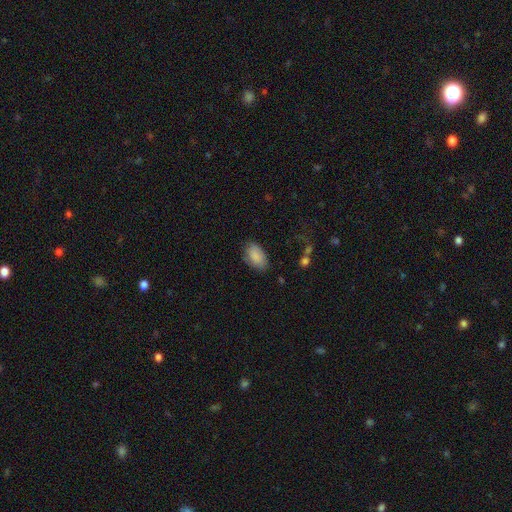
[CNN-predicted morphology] A smooth galaxy with no disk features (86%) that is in between round and cigar-shaped (93%). Merging: none (72%).